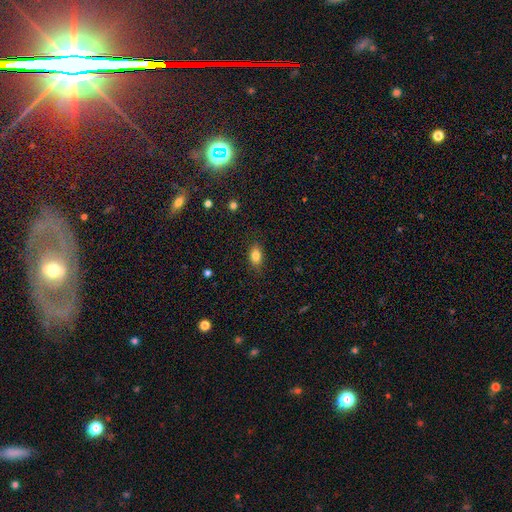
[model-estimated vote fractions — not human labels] Smooth or featured? smooth (82%)
How rounded? in between (83%)
Merging? none (83%)